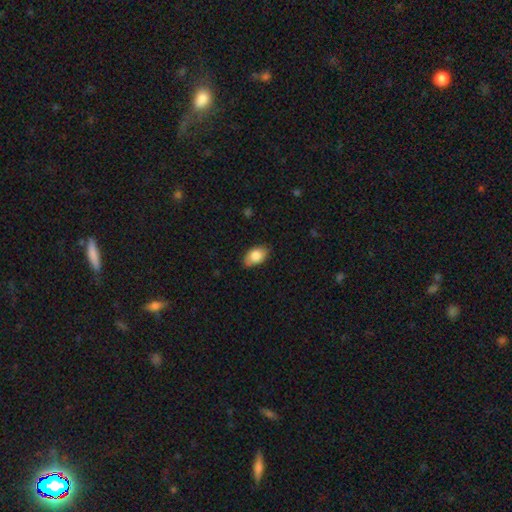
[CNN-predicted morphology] A smooth galaxy with no disk features (83%) that is in between round and cigar-shaped (90%).

Vote fractions:
- Smooth or featured? smooth: 83% / featured or disk: 10% / star or artifact: 7%
- How rounded? in between: 90% / round: 9% / cigar-shaped: 2%
- Merging? none: 80% / minor disturbance: 16% / major disturbance: 3% / merger: 1%